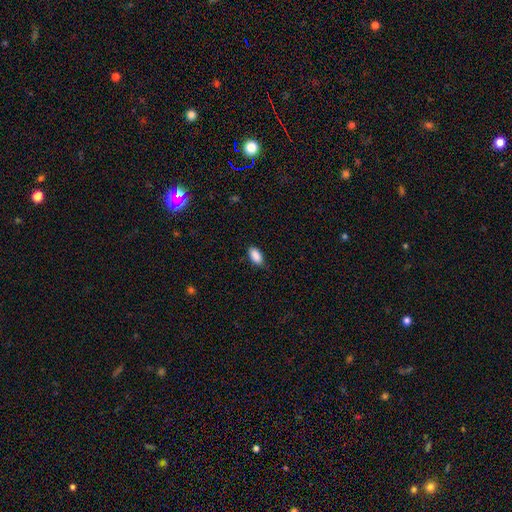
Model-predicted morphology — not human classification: type=smooth (90%); roundness=in between (93%); merging=none (79%).